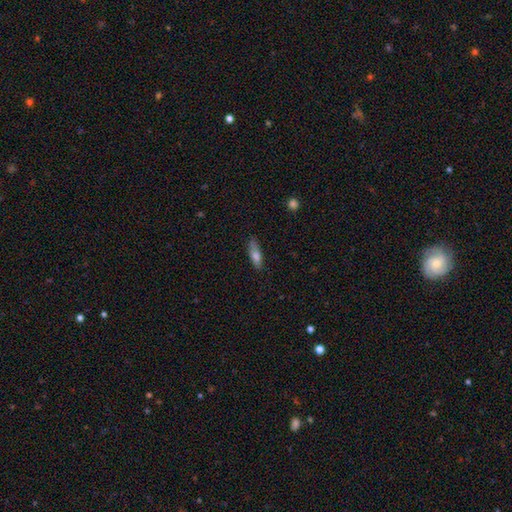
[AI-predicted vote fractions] Q: Smooth or featured?
A: smooth (72%); runner-up: featured or disk (21%)
Q: How rounded?
A: cigar-shaped (52%); runner-up: in between (46%)
Q: Merging?
A: none (74%); runner-up: minor disturbance (20%)